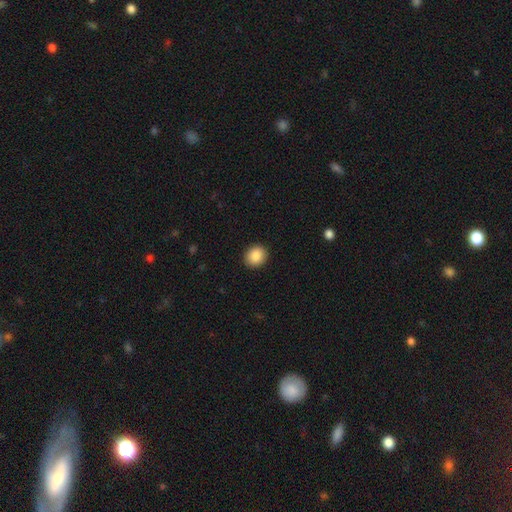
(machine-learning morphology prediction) Q: Smooth or featured?
A: smooth (88%); runner-up: star or artifact (8%)
Q: How rounded?
A: round (72%); runner-up: in between (27%)
Q: Merging?
A: none (91%); runner-up: minor disturbance (6%)